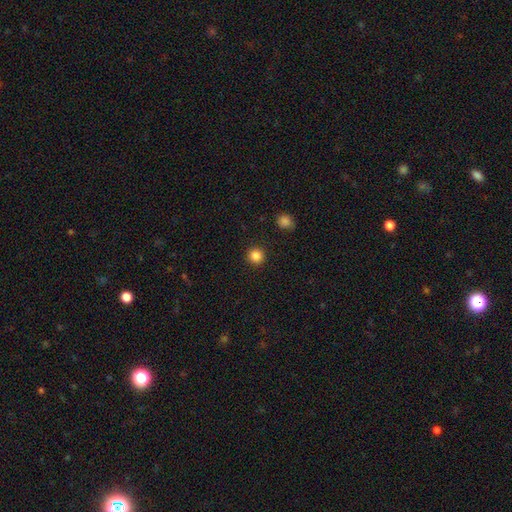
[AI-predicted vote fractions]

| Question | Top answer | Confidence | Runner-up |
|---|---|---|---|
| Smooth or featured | smooth | 86% | star or artifact (11%) |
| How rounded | round | 94% | in between (5%) |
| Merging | none | 92% | minor disturbance (5%) |